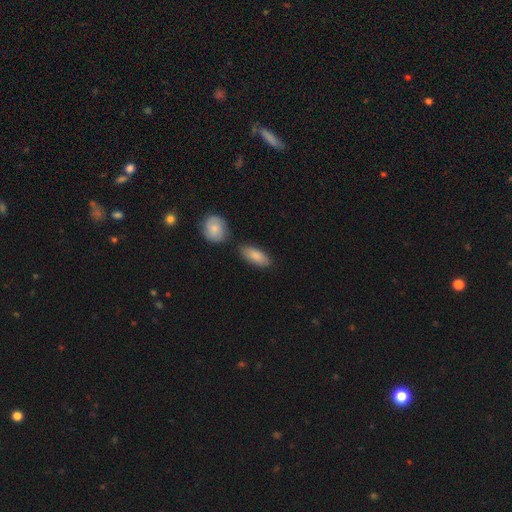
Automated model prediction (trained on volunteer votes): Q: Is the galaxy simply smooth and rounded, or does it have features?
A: smooth — 85%.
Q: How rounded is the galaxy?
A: in between — 82%.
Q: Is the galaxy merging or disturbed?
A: none — 74%.